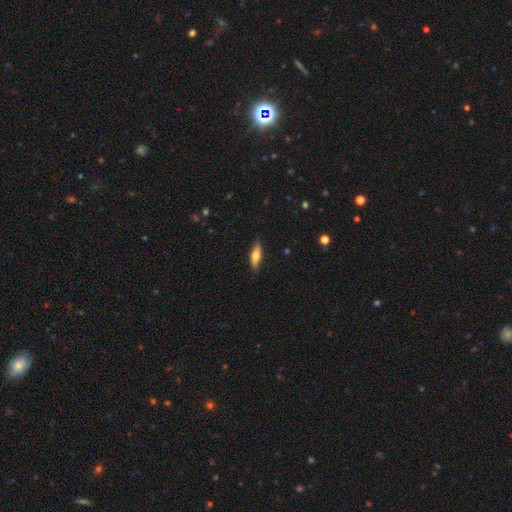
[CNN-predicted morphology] Smooth or featured?
  - smooth: 65% *
  - featured or disk: 29%
  - star or artifact: 6%
How rounded?
  - cigar-shaped: 54% *
  - in between: 44%
  - round: 2%
Merging?
  - none: 86% *
  - minor disturbance: 11%
  - major disturbance: 2%
  - merger: 1%